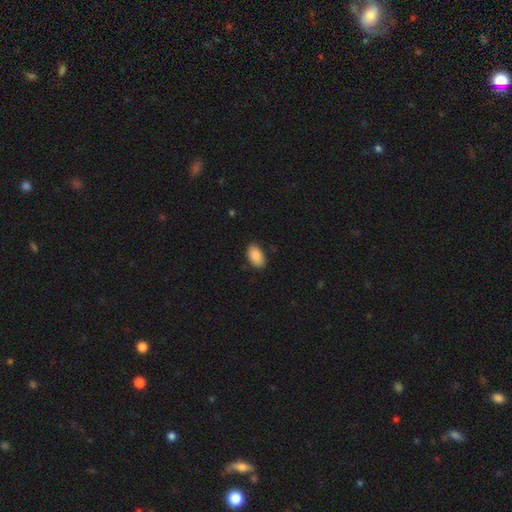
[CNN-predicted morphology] Smooth or featured? smooth (90%)
How rounded? in between (94%)
Merging? none (86%)